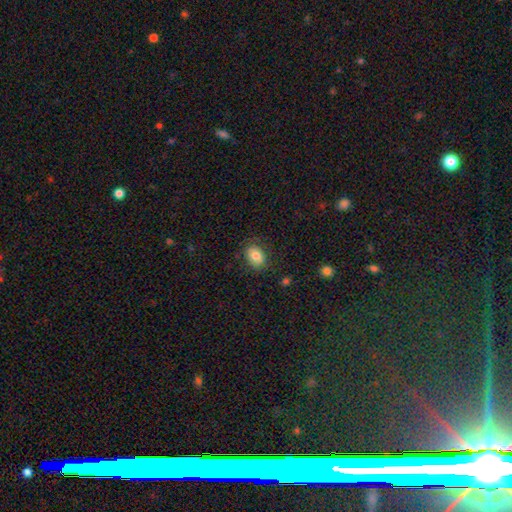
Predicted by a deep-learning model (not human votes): smooth_or_featured: smooth (p=0.78) [alt: featured or disk p=0.13]
how_rounded: in between (p=0.65) [alt: round p=0.34]
merging: none (p=0.78) [alt: minor disturbance p=0.16]